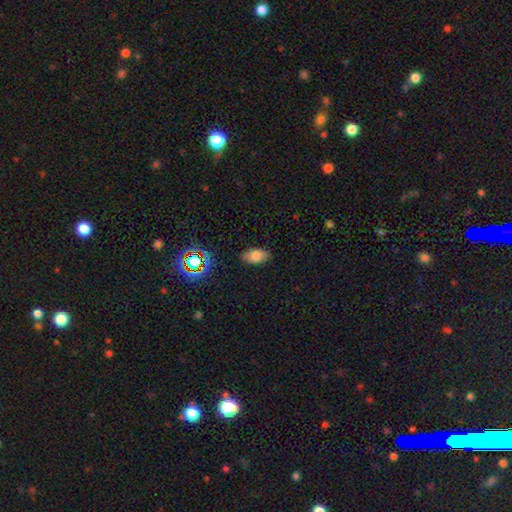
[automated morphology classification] Q: Smooth or featured?
A: smooth (79%); runner-up: star or artifact (12%)
Q: How rounded?
A: in between (91%); runner-up: round (7%)
Q: Merging?
A: none (84%); runner-up: minor disturbance (12%)